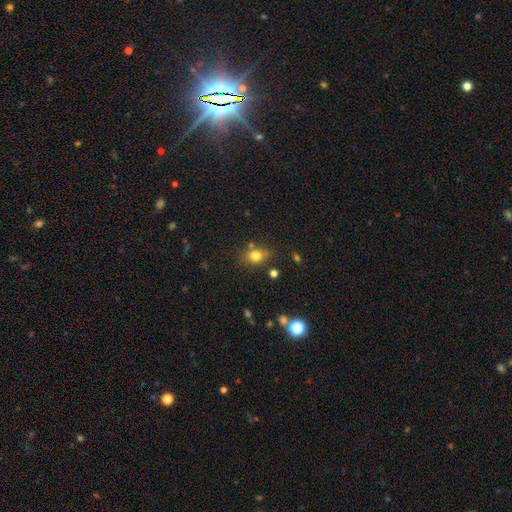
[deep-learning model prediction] This appears to be a smooth galaxy with no disk features (77%) that is round (50%). Merging: none (70%).